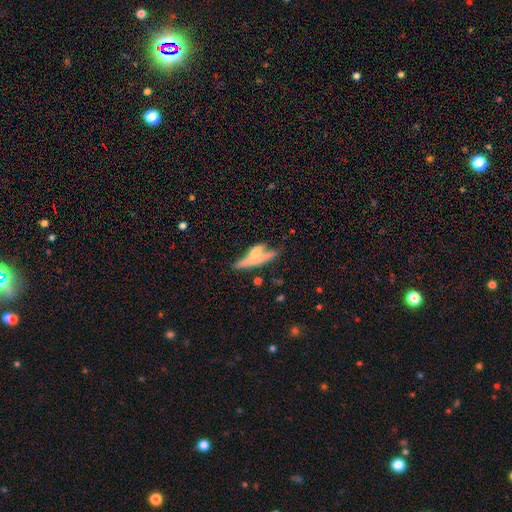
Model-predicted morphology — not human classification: smooth-or-featured: smooth: 53% | featured or disk: 39% | star or artifact: 8%
  how-rounded: cigar-shaped: 74% | in between: 20% | round: 5%
  merging: none: 41% | merger: 36% | minor disturbance: 14% | major disturbance: 9%